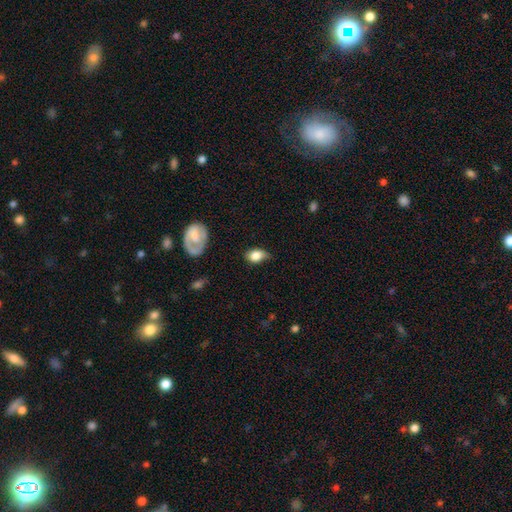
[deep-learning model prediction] Overall: smooth (80%). How rounded: in between (85%). Merging: none (59%; minor disturbance 31%).